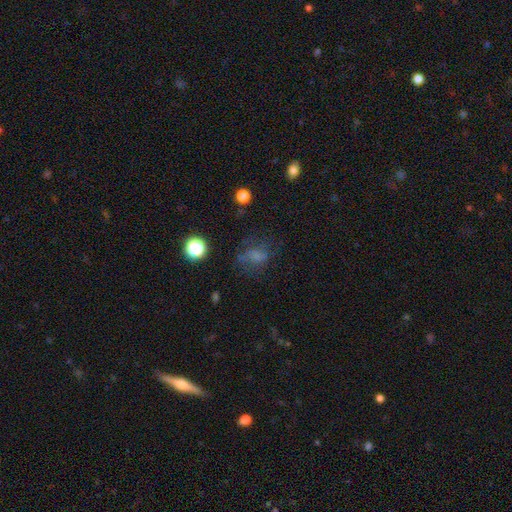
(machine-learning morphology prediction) type=smooth (52%); roundness=in between (52%); merging=none (50%).